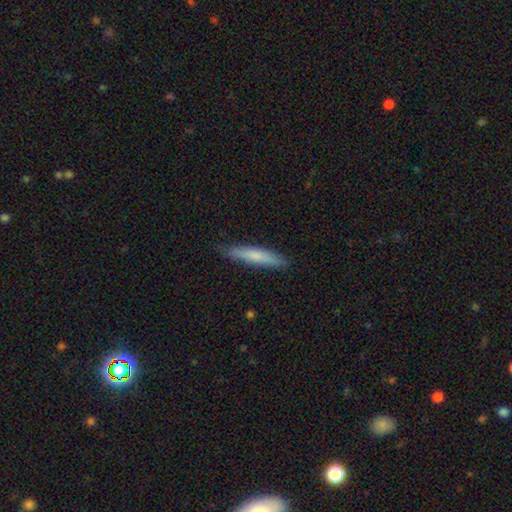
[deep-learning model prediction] Overall: smooth (69%). How rounded: cigar-shaped (92%). Merging: none (87%).